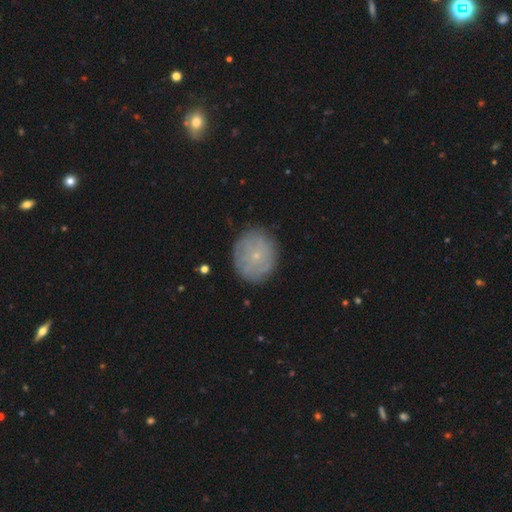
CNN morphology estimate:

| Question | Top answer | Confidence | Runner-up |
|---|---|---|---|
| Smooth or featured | smooth | 55% | featured or disk (37%) |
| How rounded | round | 76% | in between (23%) |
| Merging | none | 83% | minor disturbance (12%) |